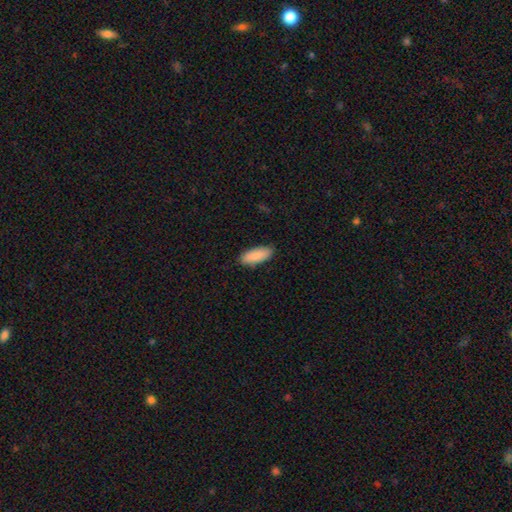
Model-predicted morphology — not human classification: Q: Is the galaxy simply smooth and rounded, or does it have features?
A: smooth — 90%.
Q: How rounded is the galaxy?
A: in between — 80%.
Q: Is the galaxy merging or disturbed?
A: none — 88%.